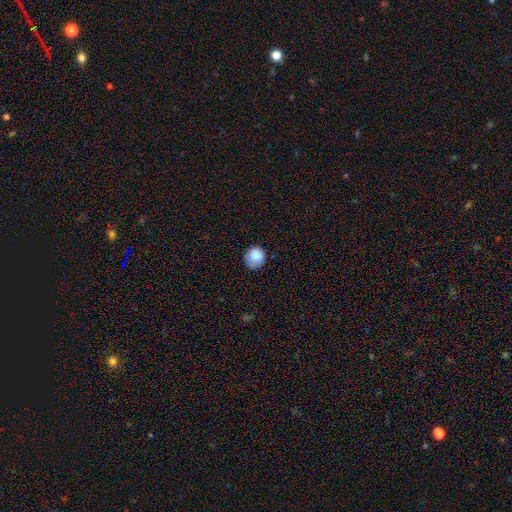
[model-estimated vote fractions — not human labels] Smooth or featured?
  - smooth: 87% *
  - star or artifact: 8%
  - featured or disk: 5%
How rounded?
  - round: 85% *
  - in between: 14%
  - cigar-shaped: 1%
Merging?
  - none: 75% *
  - minor disturbance: 19%
  - major disturbance: 4%
  - merger: 1%